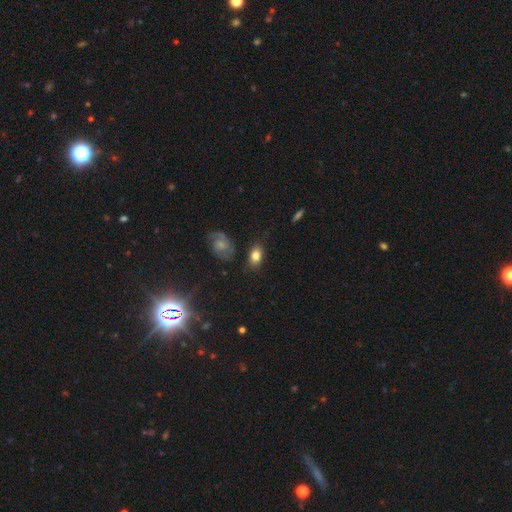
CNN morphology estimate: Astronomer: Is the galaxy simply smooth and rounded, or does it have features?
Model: smooth — 79%.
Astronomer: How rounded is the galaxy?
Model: in between — 84%.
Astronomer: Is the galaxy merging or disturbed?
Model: none — 78%.